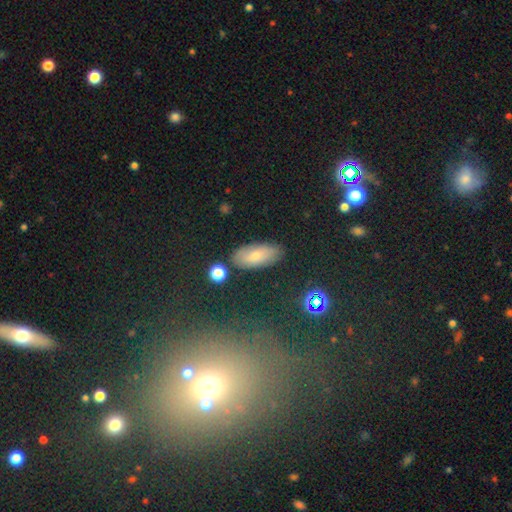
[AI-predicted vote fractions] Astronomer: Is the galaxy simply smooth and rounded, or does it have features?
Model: smooth — 71%.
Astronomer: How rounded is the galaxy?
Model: in between — 89%.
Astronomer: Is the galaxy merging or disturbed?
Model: none — 82%.